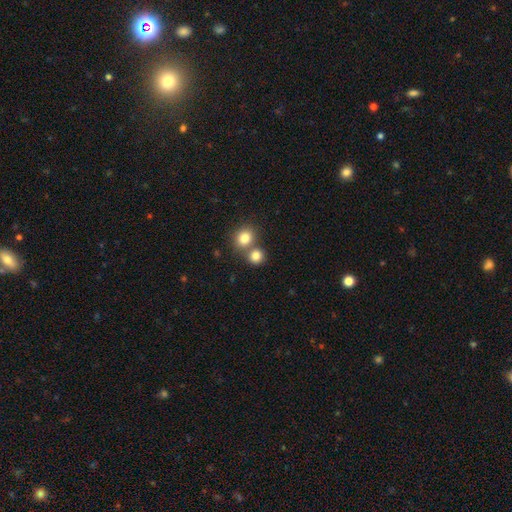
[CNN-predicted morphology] Q: Smooth or featured?
A: smooth (82%); runner-up: star or artifact (11%)
Q: How rounded?
A: round (84%); runner-up: in between (15%)
Q: Merging?
A: none (54%); runner-up: merger (37%)